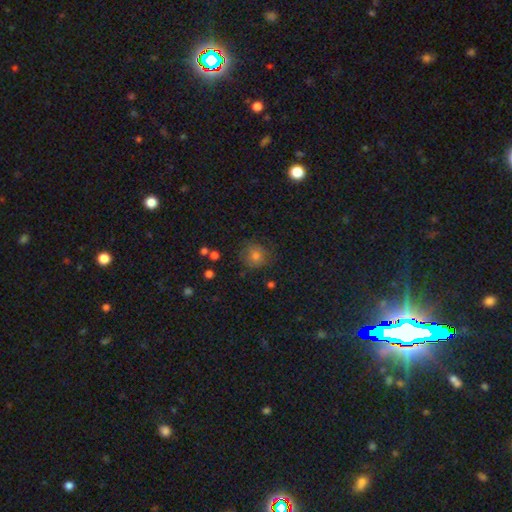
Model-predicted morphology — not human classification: This appears to be a smooth galaxy with no disk features (72%) that is round (86%). Merging: none (77%).